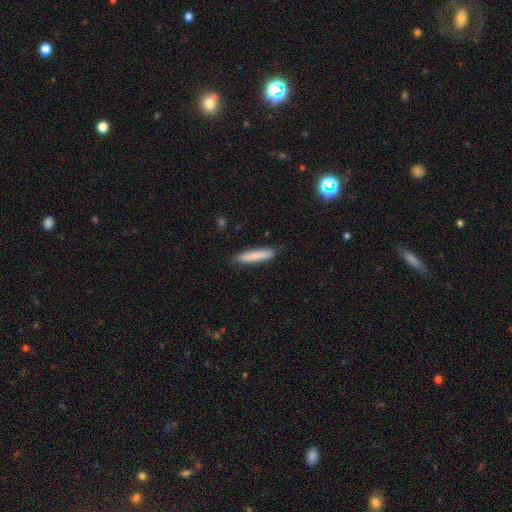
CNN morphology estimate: smooth 83%, featured or disk 11%, star or artifact 6%. Down the decision tree: how rounded — cigar-shaped (89%); merging — none (83%).